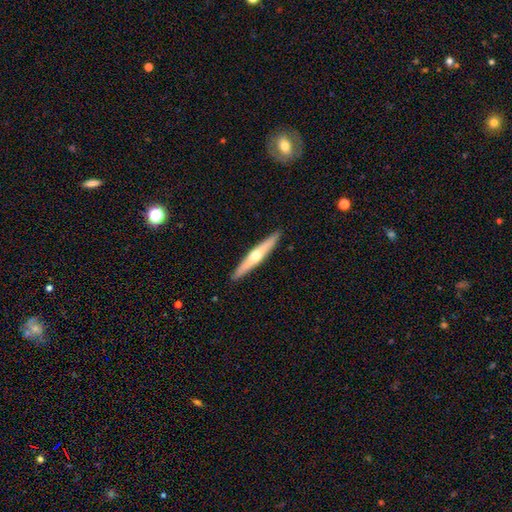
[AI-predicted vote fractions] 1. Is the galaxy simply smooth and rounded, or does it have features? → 55% featured or disk, 40% smooth, 5% star or artifact.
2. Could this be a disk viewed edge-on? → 95% yes, 5% no.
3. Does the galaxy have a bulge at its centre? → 86% rounded, 12% none, 3% boxy.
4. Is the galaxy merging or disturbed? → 92% none, 6% minor disturbance, 1% major disturbance, 1% merger.